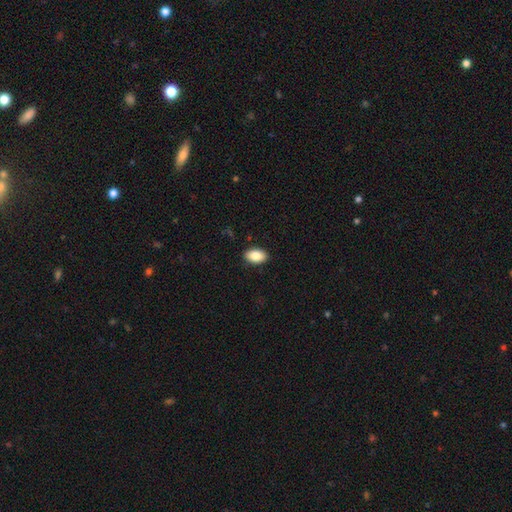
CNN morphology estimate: Smooth or featured: smooth — 86% (star or artifact — 7%)
How rounded: in between — 92% (round — 7%)
Merging: none — 90% (minor disturbance — 8%)